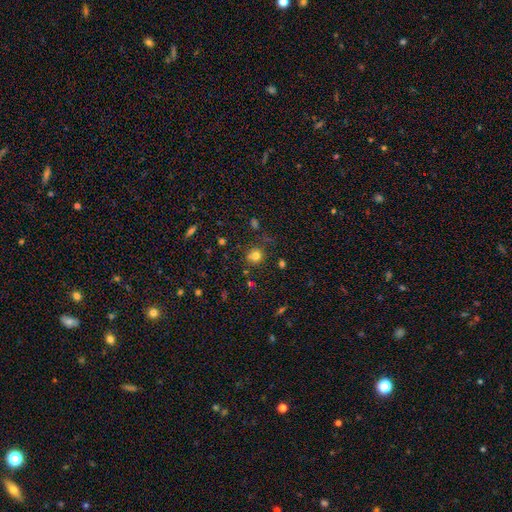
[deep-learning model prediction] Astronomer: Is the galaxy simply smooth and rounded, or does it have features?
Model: smooth — 76%.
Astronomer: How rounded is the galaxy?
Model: round — 89%.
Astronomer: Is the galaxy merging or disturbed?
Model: none — 75%.